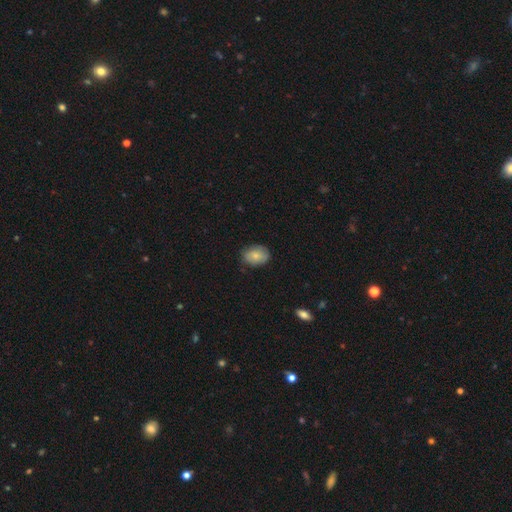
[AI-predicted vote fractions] smooth-or-featured: smooth: 78% | featured or disk: 15% | star or artifact: 7%
  how-rounded: in between: 69% | round: 30% | cigar-shaped: 1%
  merging: none: 78% | minor disturbance: 18% | major disturbance: 3% | merger: 1%